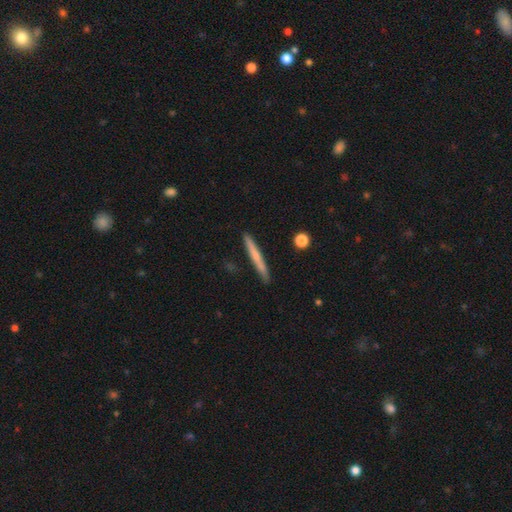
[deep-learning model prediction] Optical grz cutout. It shows a smooth galaxy with no disk features (52%) that is cigar-shaped (96%). Merging: none (89%).